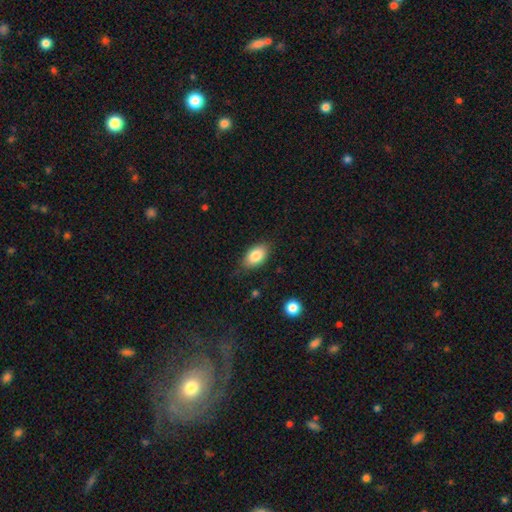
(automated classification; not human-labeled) Smooth or featured?
  - smooth: 83% *
  - featured or disk: 9%
  - star or artifact: 7%
How rounded?
  - in between: 91% *
  - round: 7%
  - cigar-shaped: 2%
Merging?
  - none: 80% *
  - minor disturbance: 16%
  - major disturbance: 3%
  - merger: 1%